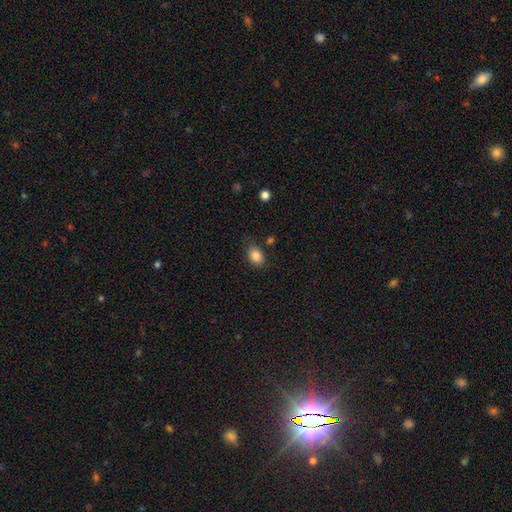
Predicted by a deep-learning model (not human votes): Smooth or featured?
  - smooth: 85% *
  - star or artifact: 9%
  - featured or disk: 6%
How rounded?
  - in between: 73% *
  - round: 26%
  - cigar-shaped: 1%
Merging?
  - none: 77% *
  - minor disturbance: 16%
  - major disturbance: 4%
  - merger: 3%